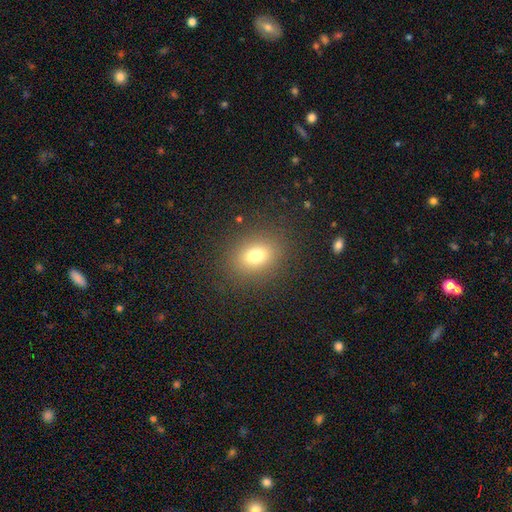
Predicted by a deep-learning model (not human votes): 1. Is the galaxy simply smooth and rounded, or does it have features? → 76% smooth, 14% star or artifact, 10% featured or disk.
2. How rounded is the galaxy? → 56% in between, 43% round, 1% cigar-shaped.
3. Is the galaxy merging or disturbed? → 86% none, 8% minor disturbance, 4% major disturbance, 1% merger.